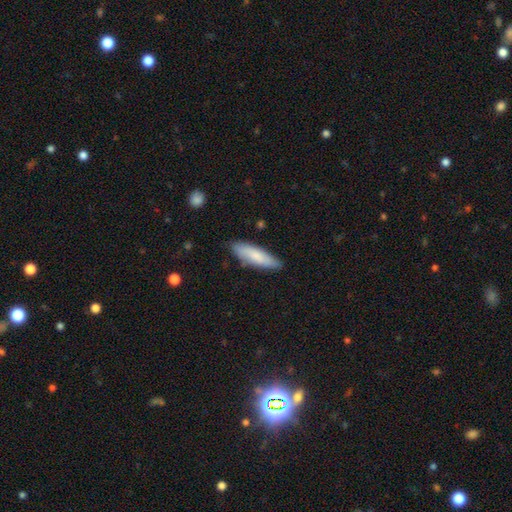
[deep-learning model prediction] Overall: smooth (76%). How rounded: cigar-shaped (62%; in between 37%). Merging: none (81%).